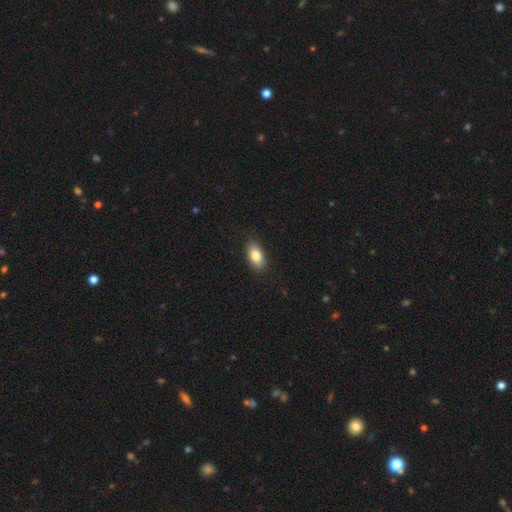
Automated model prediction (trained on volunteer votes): The model was most divided on "smooth or featured": smooth: 83%, featured or disk: 9%, star or artifact: 7%. More confident: how rounded — in between (91%); merging — none (87%).